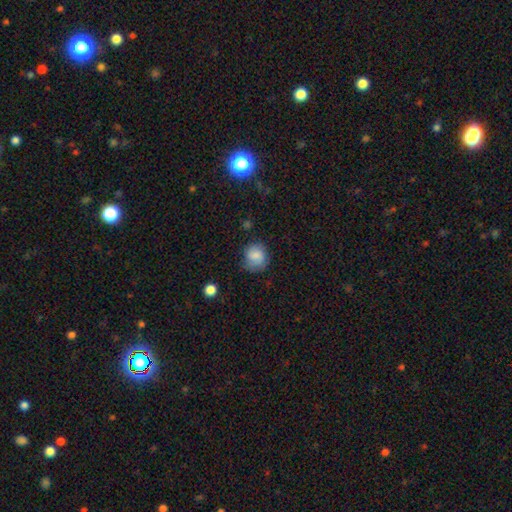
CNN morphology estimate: Overall: smooth (81%). How rounded: round (74%). Merging: none (66%).